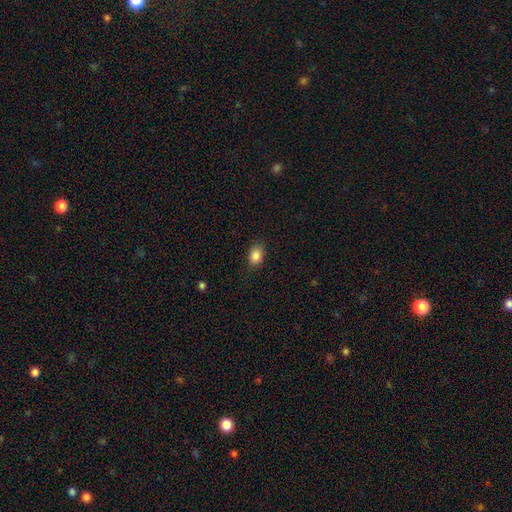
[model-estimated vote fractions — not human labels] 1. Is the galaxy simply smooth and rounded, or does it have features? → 86% smooth, 9% star or artifact, 5% featured or disk.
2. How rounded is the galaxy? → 71% in between, 28% round, 1% cigar-shaped.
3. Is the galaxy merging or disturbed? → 82% none, 14% minor disturbance, 3% major disturbance, 1% merger.